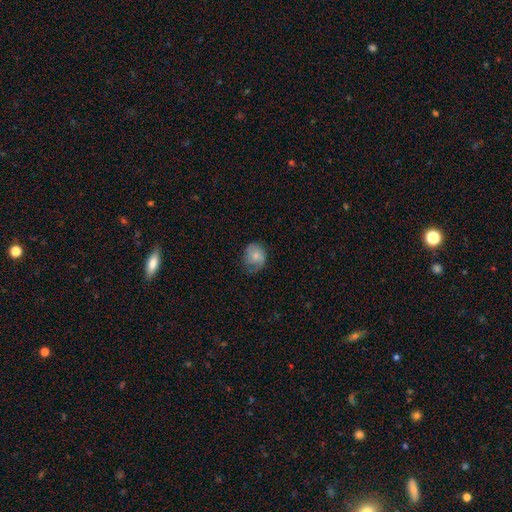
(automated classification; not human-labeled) Smooth or featured? smooth (62%)
How rounded? round (60%)
Merging? none (50%)